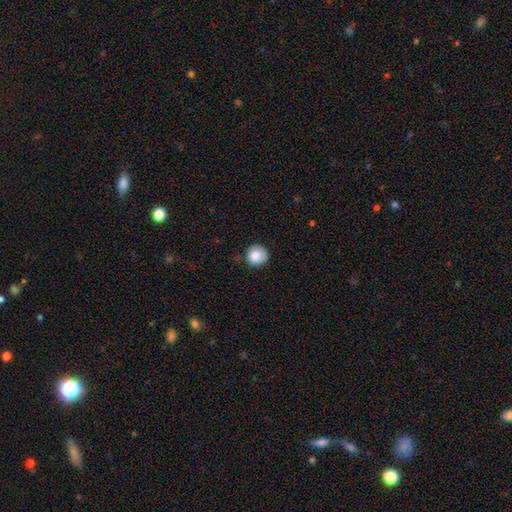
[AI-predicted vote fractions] Overall: smooth (86%). How rounded: round (90%). Merging: none (78%).